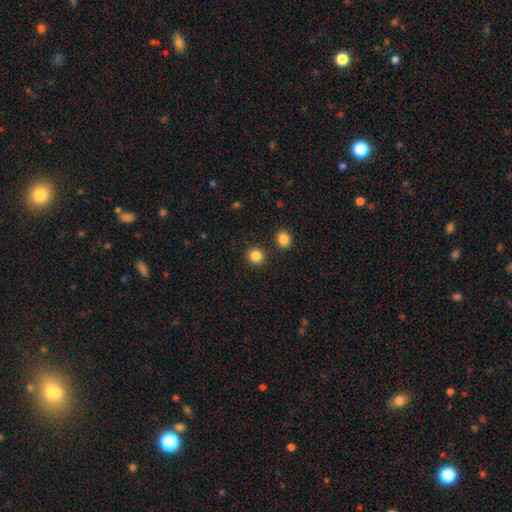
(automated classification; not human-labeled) Smooth or featured: smooth — 85% (star or artifact — 11%)
How rounded: round — 92% (in between — 7%)
Merging: none — 89% (minor disturbance — 5%)